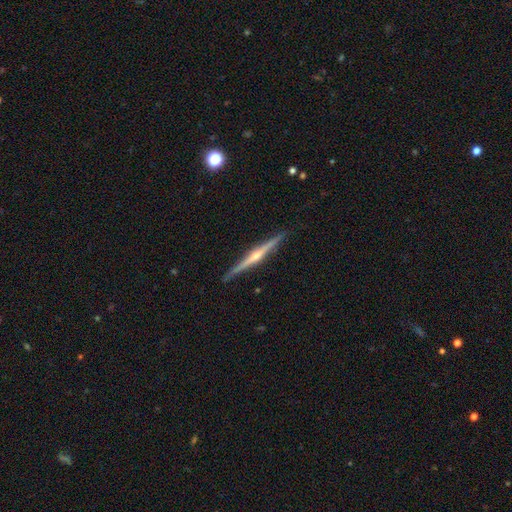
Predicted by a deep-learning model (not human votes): This appears to be a featured or disk galaxy (84%) viewed edge-on (99%) with a rounded central bulge (88%). Merging: none (91%).